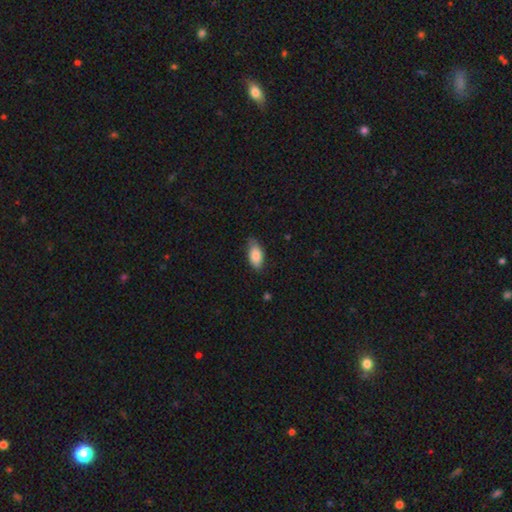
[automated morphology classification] This is clearly a smooth galaxy (84%). How rounded: clearly in between (91%). Merging: likely none (69%).